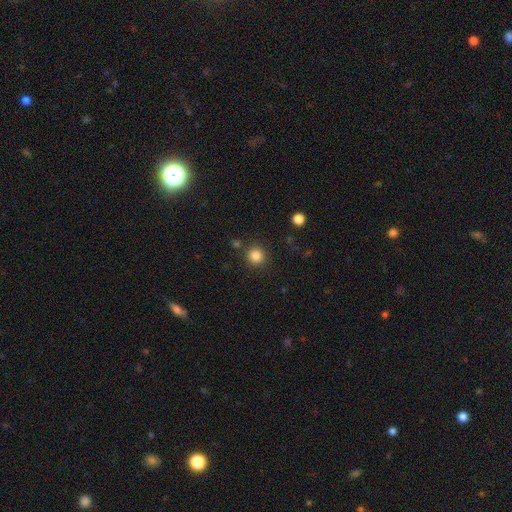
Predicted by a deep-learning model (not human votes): This appears to be a smooth galaxy with no disk features (84%) that is round (94%). Merging: none (87%).